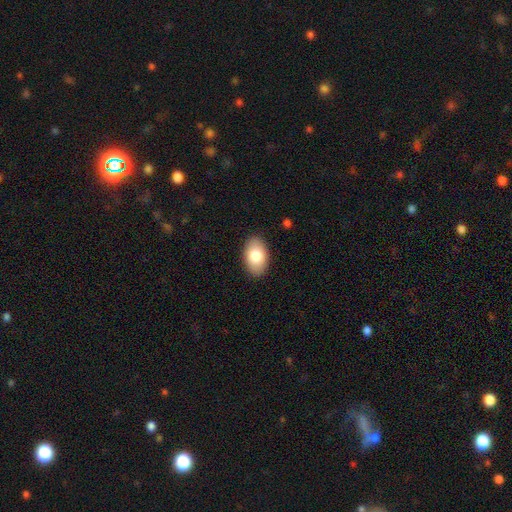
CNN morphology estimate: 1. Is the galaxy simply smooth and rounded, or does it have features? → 80% smooth, 13% featured or disk, 7% star or artifact.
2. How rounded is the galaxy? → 93% in between, 6% round, 1% cigar-shaped.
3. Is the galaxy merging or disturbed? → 89% none, 8% minor disturbance, 2% major disturbance, 1% merger.